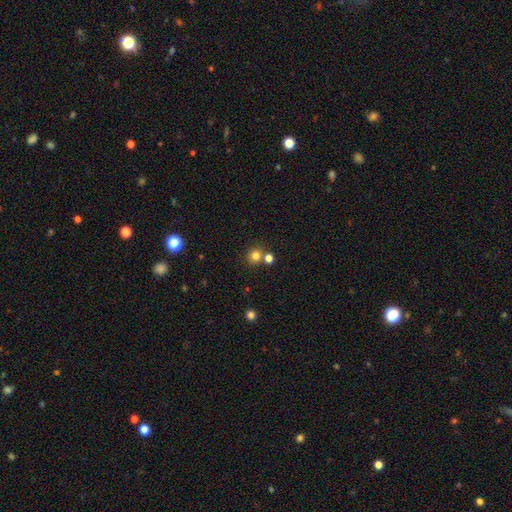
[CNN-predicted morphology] The model was most divided on "merging": none: 69%, merger: 21%, minor disturbance: 7%, major disturbance: 3%. More confident: how rounded — round (87%); smooth or featured — smooth (79%).